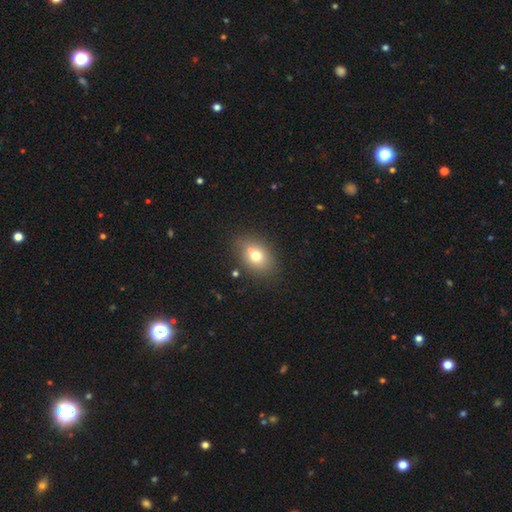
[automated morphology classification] A smooth galaxy with no disk features (71%) that is in between round and cigar-shaped (69%). Merging: none (67%).